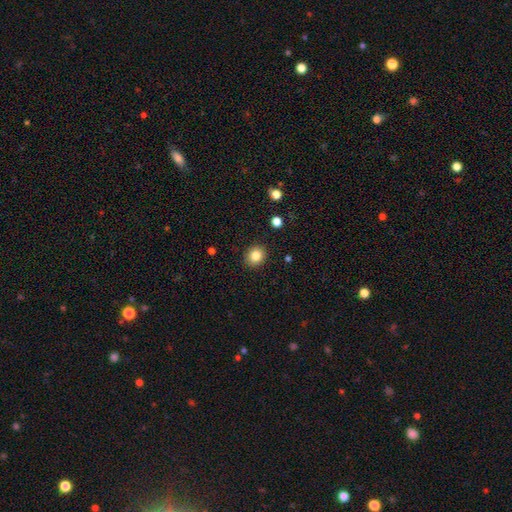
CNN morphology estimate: smooth-or-featured: smooth: 84% | star or artifact: 10% | featured or disk: 6%
  how-rounded: round: 72% | in between: 27% | cigar-shaped: 1%
  merging: none: 90% | minor disturbance: 7% | major disturbance: 2% | merger: 1%